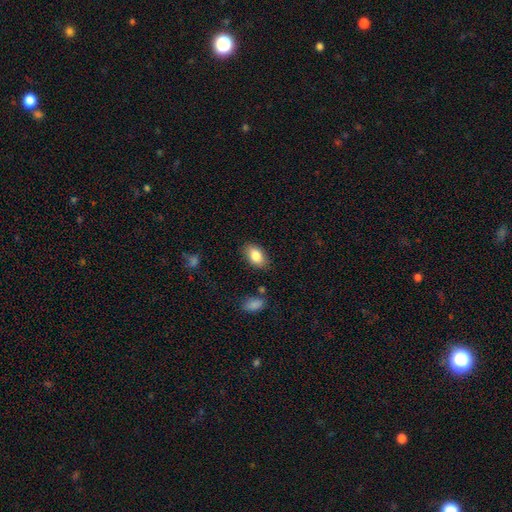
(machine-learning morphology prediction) smooth 84%, featured or disk 8%, star or artifact 7%. Down the decision tree: how rounded — in between (91%); merging — none (83%).